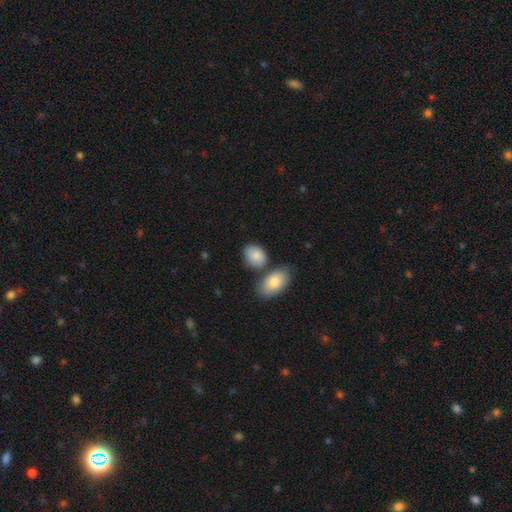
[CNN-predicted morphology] Smooth or featured: smooth — 85% (featured or disk — 9%)
How rounded: in between — 72% (round — 26%)
Merging: none — 58% (merger — 19%)